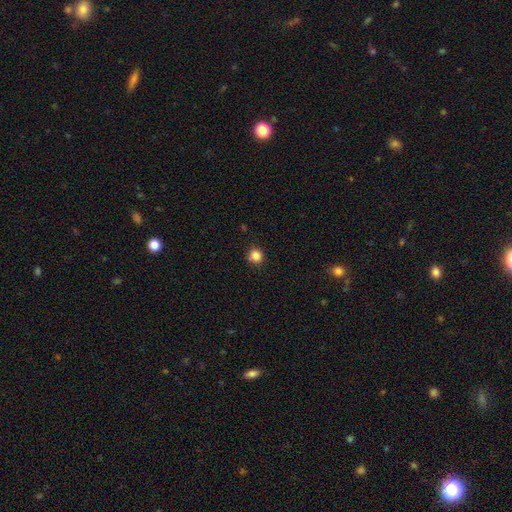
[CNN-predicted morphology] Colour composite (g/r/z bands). It shows a smooth galaxy with no disk features (85%) that is round (92%). Merging: none (89%).